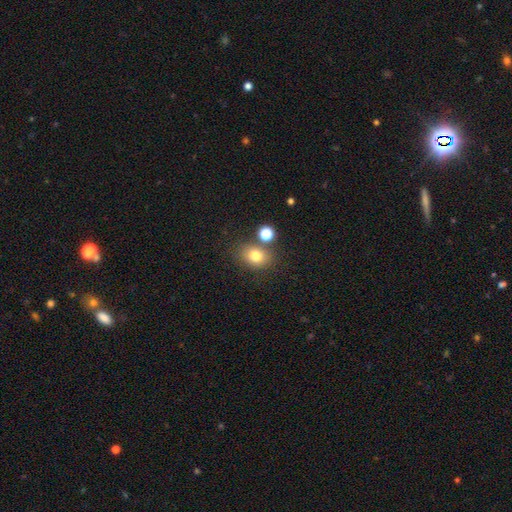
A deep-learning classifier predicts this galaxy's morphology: A smooth galaxy with no disk features (78%) that is round (52%). Merging: none (71%).